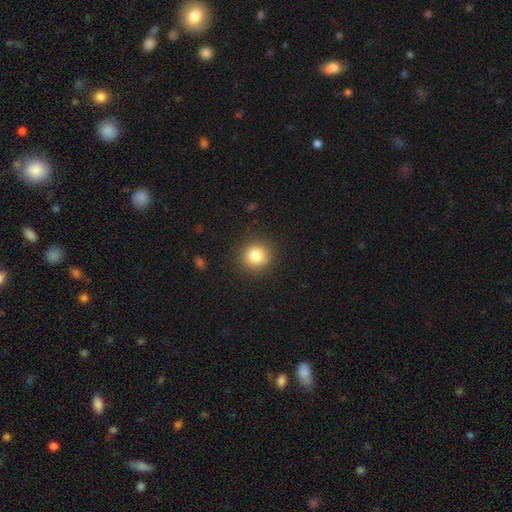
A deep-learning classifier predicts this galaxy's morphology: The model was most divided on "smooth or featured": smooth: 82%, star or artifact: 11%, featured or disk: 7%. More confident: how rounded — round (91%); merging — none (89%).